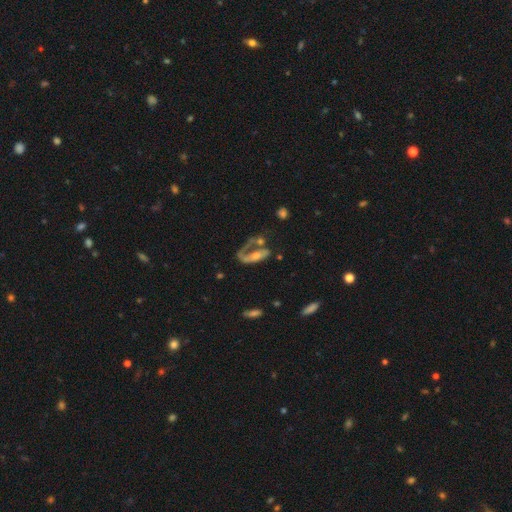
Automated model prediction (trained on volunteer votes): The model was most divided on "bulge size": small: 35%, moderate: 33%, none: 20%, large: 9%, dominant: 2%. Remaining: edge-on disk — no (90%); spiral arms — yes (68%); smooth or featured — featured or disk (65%); bar — no (58%); merging — major disturbance (41%).